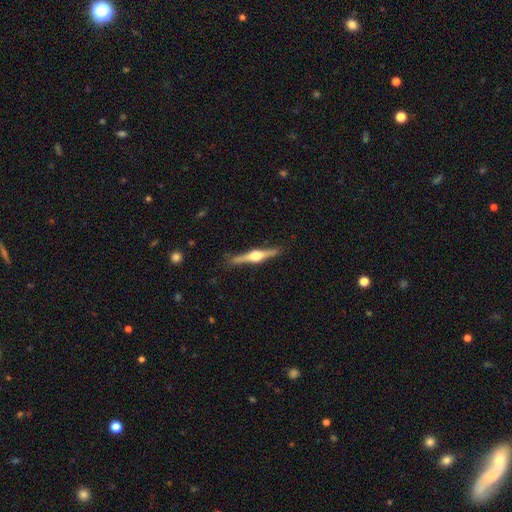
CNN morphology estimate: Overall: featured or disk (80%). Edge-on disk: yes (98%). Edge-on bulge: rounded (94%). Merging: none (89%).